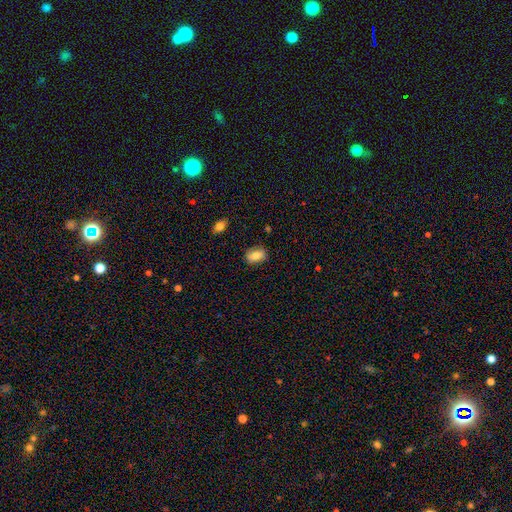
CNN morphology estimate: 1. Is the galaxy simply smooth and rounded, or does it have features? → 80% smooth, 13% featured or disk, 8% star or artifact.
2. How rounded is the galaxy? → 85% in between, 13% round, 3% cigar-shaped.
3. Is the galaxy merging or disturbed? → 81% none, 14% minor disturbance, 3% major disturbance, 1% merger.